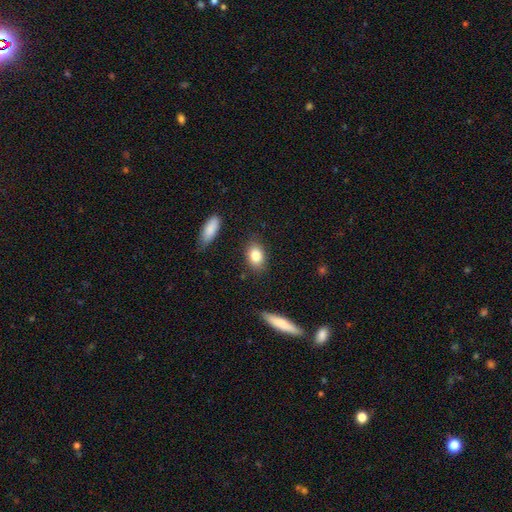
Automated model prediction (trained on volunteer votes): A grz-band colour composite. It shows a smooth galaxy with no disk features (83%) that is in between round and cigar-shaped (78%). Merging: none (83%).